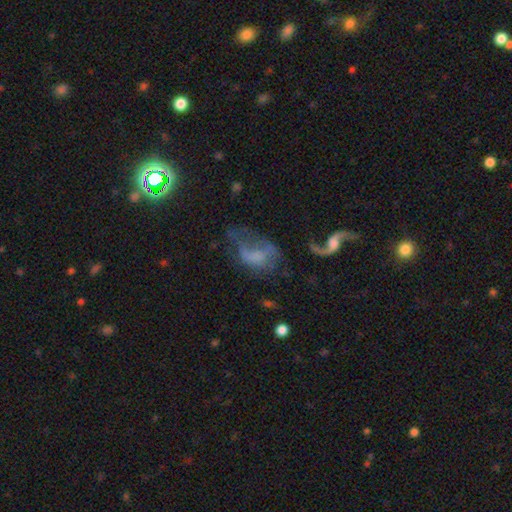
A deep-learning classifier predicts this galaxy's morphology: Smooth or featured: featured or disk — 52% (smooth — 34%)
Edge-on disk: no — 96% (yes — 4%)
Merging: major disturbance — 43% (none — 27%)